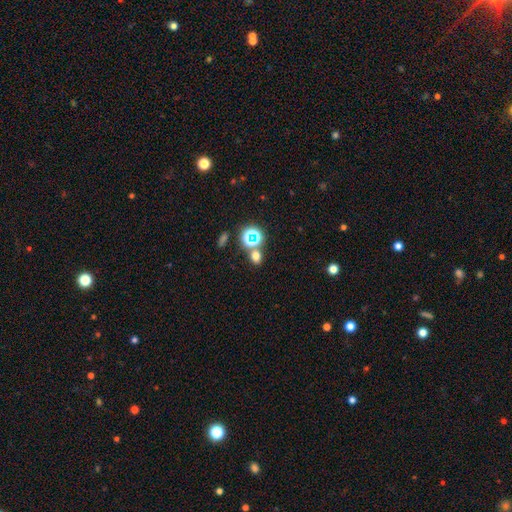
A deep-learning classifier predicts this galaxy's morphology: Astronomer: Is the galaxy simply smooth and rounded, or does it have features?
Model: smooth — 61%.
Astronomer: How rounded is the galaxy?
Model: round — 61% (runner-up: in between, 38%).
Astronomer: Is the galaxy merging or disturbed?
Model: none — 69%.